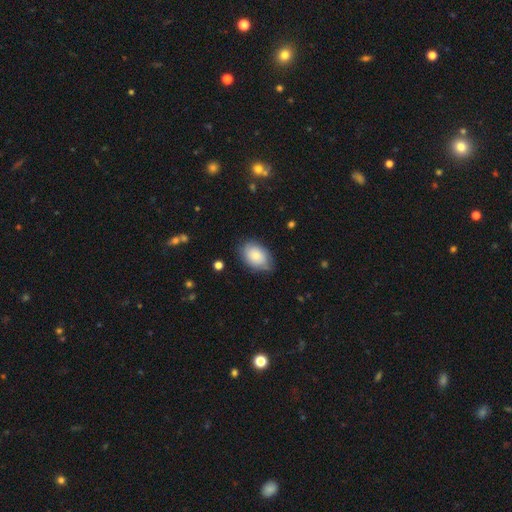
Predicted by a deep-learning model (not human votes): Overall: smooth (76%). How rounded: in between (84%). Merging: none (71%).